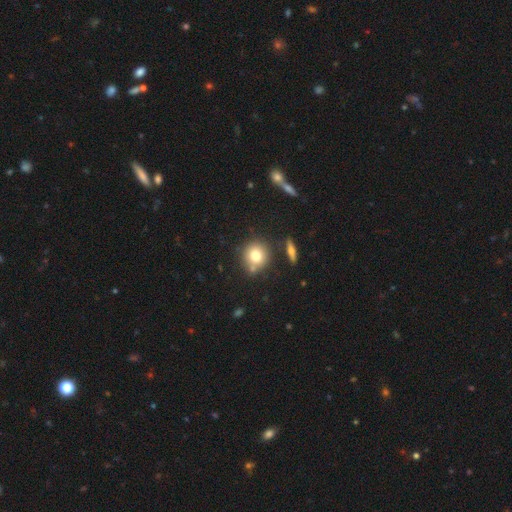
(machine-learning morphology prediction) smooth_or_featured: smooth (p=0.76) [alt: featured or disk p=0.13]
how_rounded: round (p=0.88) [alt: in between p=0.11]
merging: none (p=0.72) [alt: merger p=0.13]